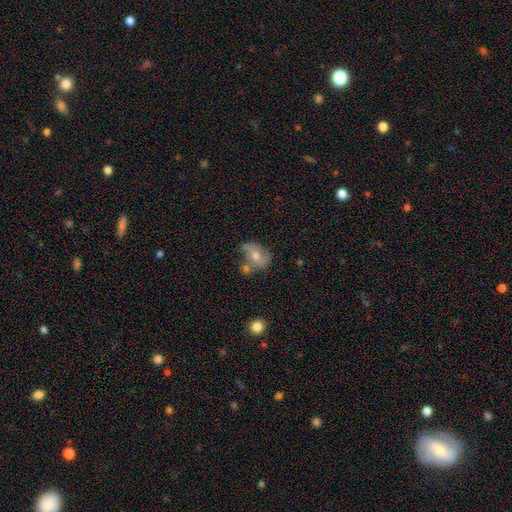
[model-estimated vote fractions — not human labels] Smooth or featured?
  - featured or disk: 48% *
  - smooth: 41%
  - star or artifact: 11%
Merging?
  - none: 50% *
  - minor disturbance: 23%
  - merger: 18%
  - major disturbance: 9%